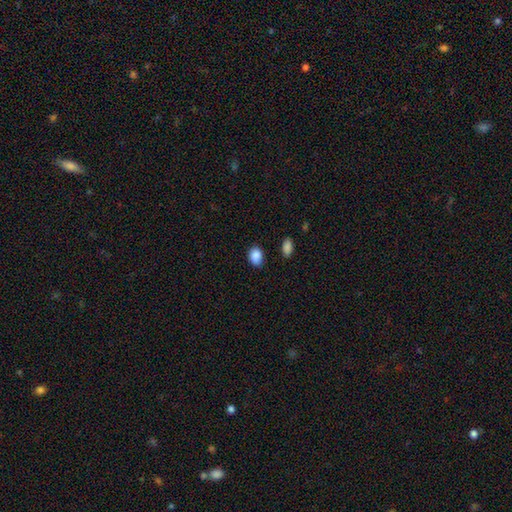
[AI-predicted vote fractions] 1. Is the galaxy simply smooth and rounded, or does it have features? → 88% smooth, 8% star or artifact, 4% featured or disk.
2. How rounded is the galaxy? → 66% in between, 33% round, 1% cigar-shaped.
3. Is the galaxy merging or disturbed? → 72% none, 21% minor disturbance, 4% major disturbance, 3% merger.